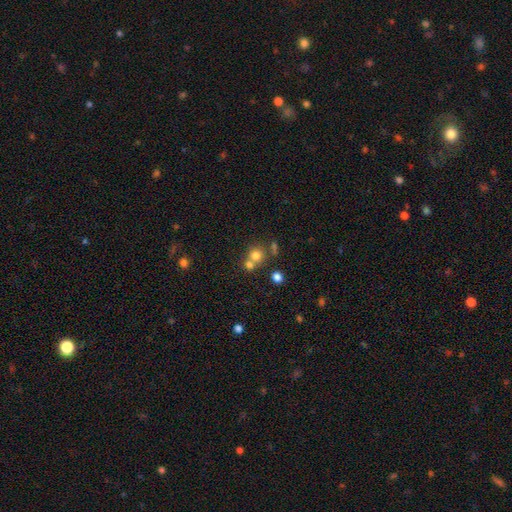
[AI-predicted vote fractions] smooth_or_featured: smooth (p=0.73) [alt: star or artifact p=0.15]
how_rounded: round (p=0.87) [alt: in between p=0.12]
merging: none (p=0.49) [alt: merger p=0.41]